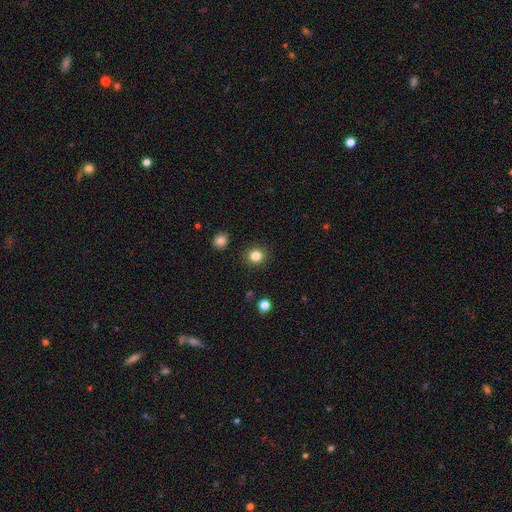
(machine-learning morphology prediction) Overall: smooth (84%). How rounded: round (88%). Merging: none (91%).